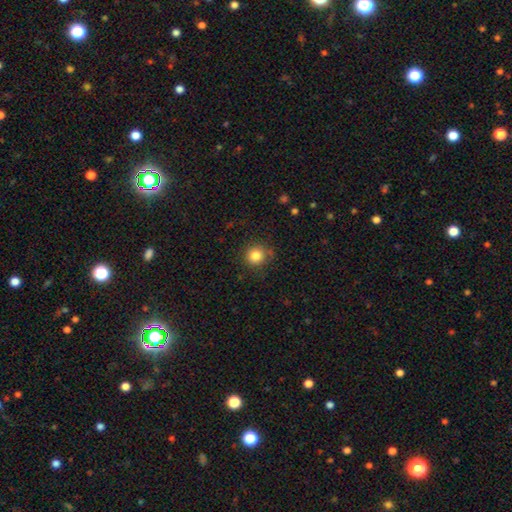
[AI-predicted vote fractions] Overall: smooth (84%). How rounded: round (92%). Merging: none (80%).